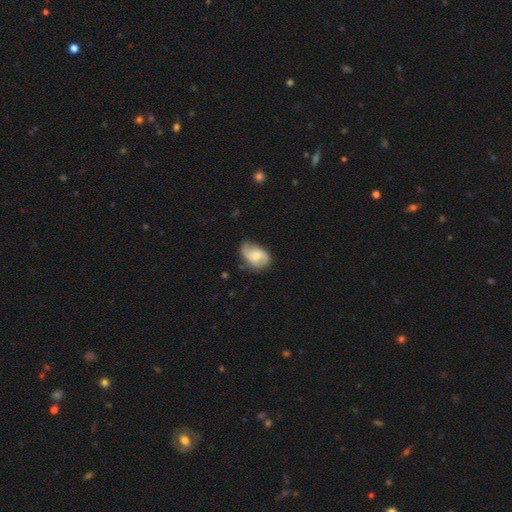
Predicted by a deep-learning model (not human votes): This is likely a featured or disk galaxy (61%). It is clearly not viewed edge-on (97%). Bar: likely no (65%). Spiral arm pattern: clearly yes (91%). Spiral arm count: likely 2 (77%). Spiral winding: marginally medium (43%). Central bulge: possibly moderate (47%). Merging: likely none (61%).